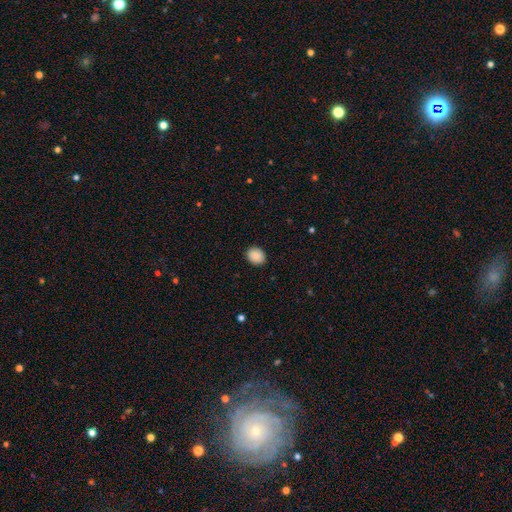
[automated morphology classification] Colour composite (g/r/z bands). It shows a smooth galaxy with no disk features (88%) that is round (66%). Merging: none (91%).